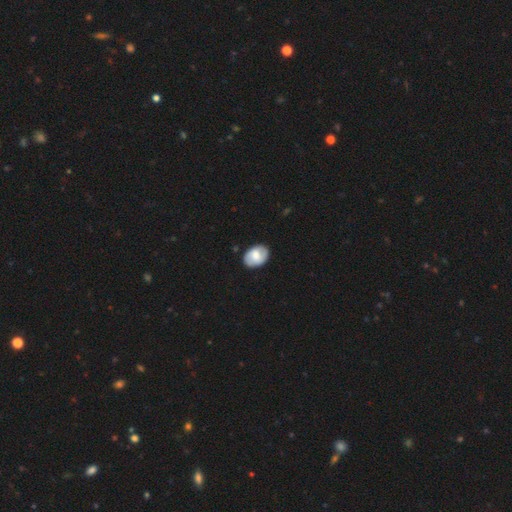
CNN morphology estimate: type=smooth (58%); roundness=in between (74%); merging=none (82%).